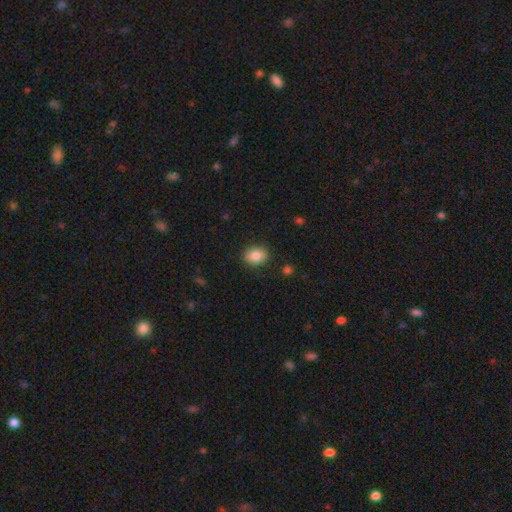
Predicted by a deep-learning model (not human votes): This is clearly a smooth galaxy (86%). How rounded: likely in between (67%). Merging: clearly none (88%).